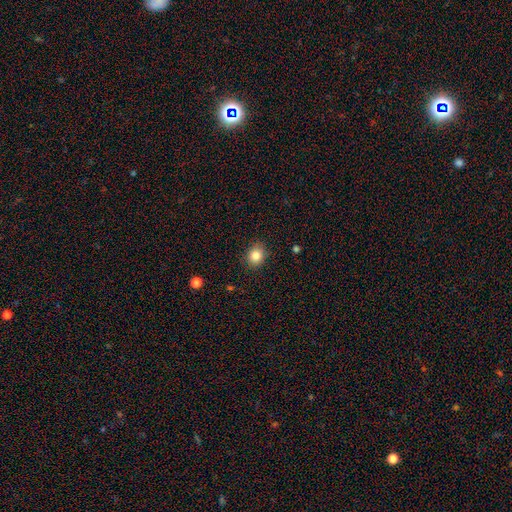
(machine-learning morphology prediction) Smooth or featured? smooth (84%)
How rounded? round (66%)
Merging? none (87%)